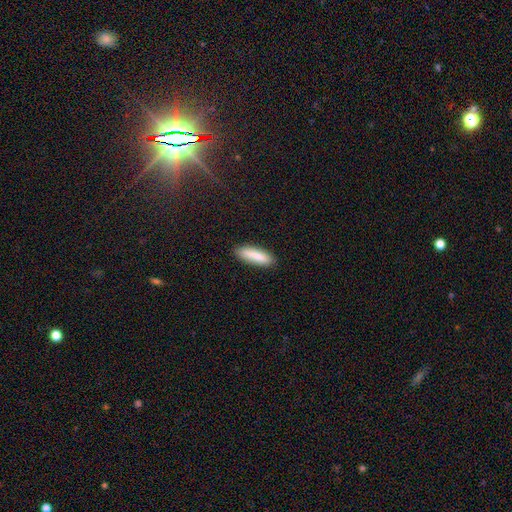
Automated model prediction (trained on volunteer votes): Q: Smooth or featured?
A: smooth (86%); runner-up: featured or disk (8%)
Q: How rounded?
A: cigar-shaped (62%); runner-up: in between (36%)
Q: Merging?
A: none (88%); runner-up: minor disturbance (9%)